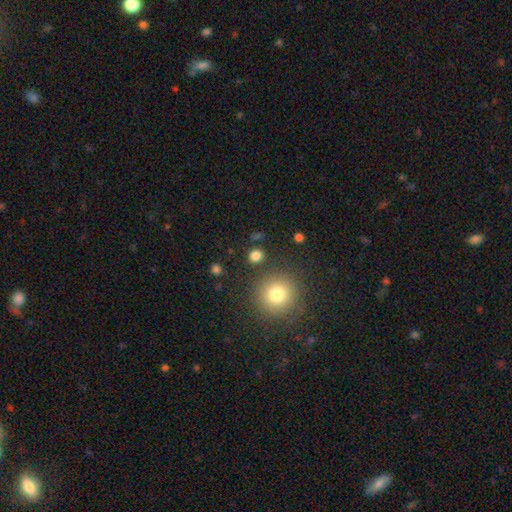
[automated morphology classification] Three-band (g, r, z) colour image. It shows a smooth galaxy with no disk features (81%) that is round (80%). Merging: none (86%).